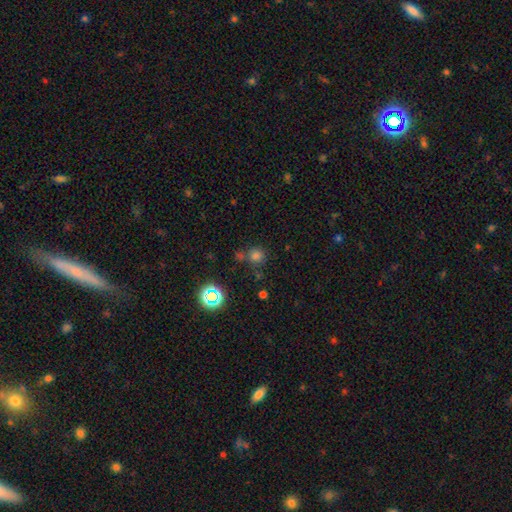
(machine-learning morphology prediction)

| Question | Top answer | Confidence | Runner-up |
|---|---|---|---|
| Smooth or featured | smooth | 70% | star or artifact (24%) |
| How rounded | round | 91% | in between (8%) |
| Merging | none | 66% | merger (18%) |